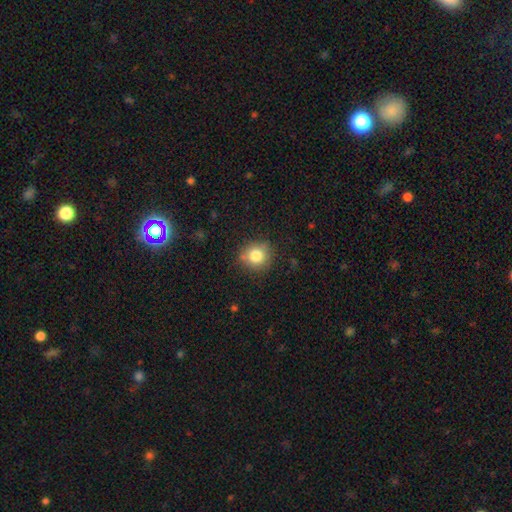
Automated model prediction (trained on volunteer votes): Smooth or featured: smooth — 81% (star or artifact — 10%)
How rounded: round — 86% (in between — 14%)
Merging: none — 79% (minor disturbance — 15%)